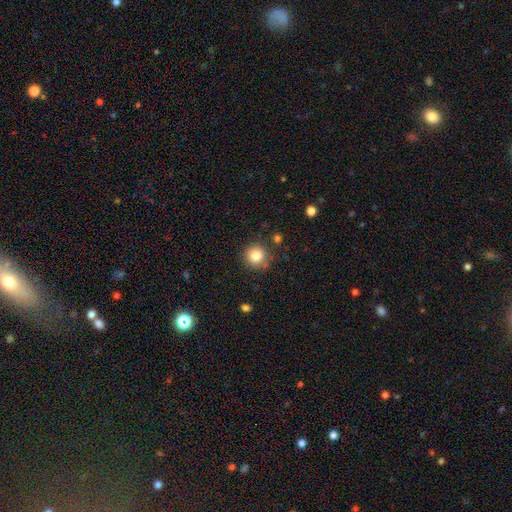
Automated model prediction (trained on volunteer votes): Smooth or featured? smooth (82%)
How rounded? round (93%)
Merging? none (84%)